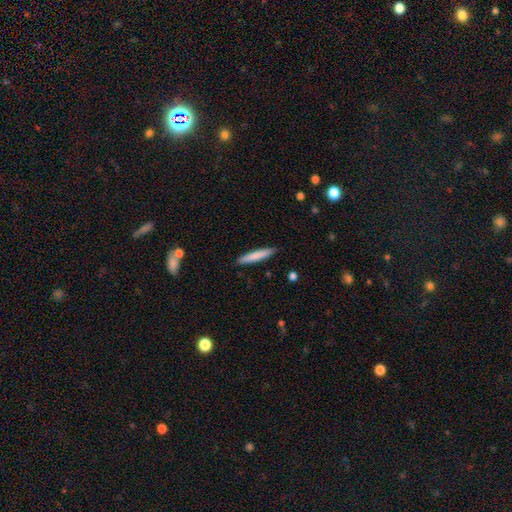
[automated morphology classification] smooth 80%, featured or disk 15%, star or artifact 5%. Down the decision tree: how rounded — cigar-shaped (92%); merging — none (90%).